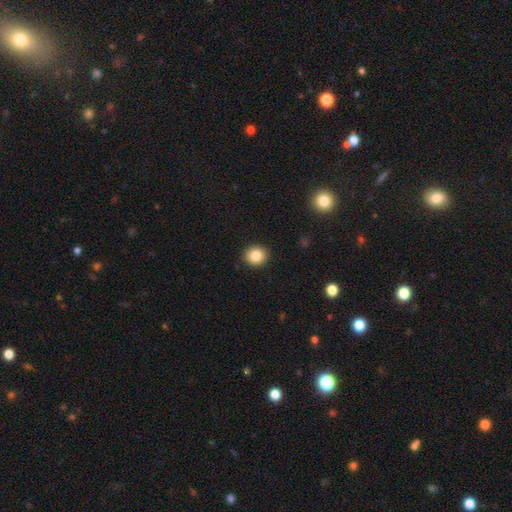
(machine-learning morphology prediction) Smooth or featured? smooth (85%)
How rounded? round (79%)
Merging? none (91%)